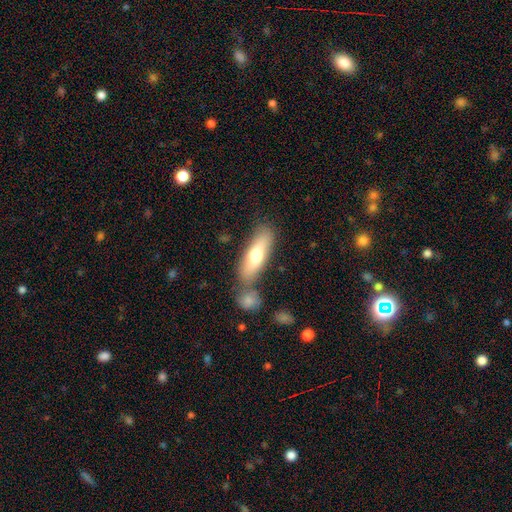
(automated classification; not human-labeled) Smooth or featured?
  - smooth: 66% *
  - featured or disk: 28%
  - star or artifact: 6%
How rounded?
  - in between: 55% *
  - cigar-shaped: 42%
  - round: 3%
Merging?
  - none: 69% *
  - merger: 15%
  - minor disturbance: 13%
  - major disturbance: 4%